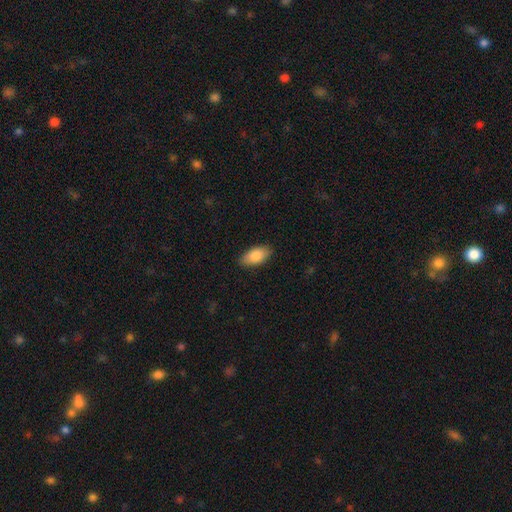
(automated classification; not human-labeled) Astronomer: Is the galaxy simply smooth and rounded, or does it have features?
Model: smooth — 85%.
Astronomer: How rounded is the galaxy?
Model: in between — 92%.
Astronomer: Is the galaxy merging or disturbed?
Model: none — 88%.